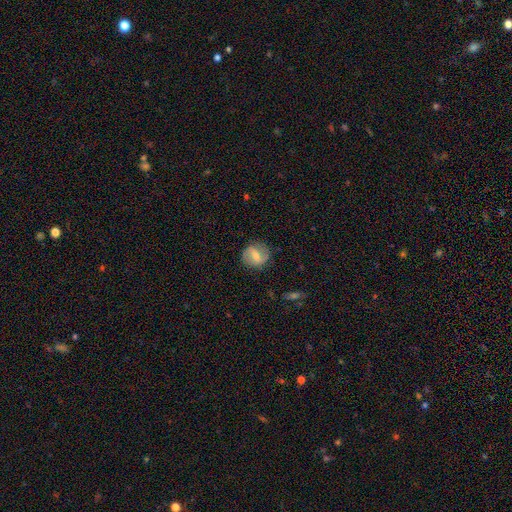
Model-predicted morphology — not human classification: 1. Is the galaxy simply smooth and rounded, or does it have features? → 49% featured or disk, 43% smooth, 7% star or artifact.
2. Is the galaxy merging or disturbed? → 80% none, 14% minor disturbance, 5% major disturbance, 1% merger.